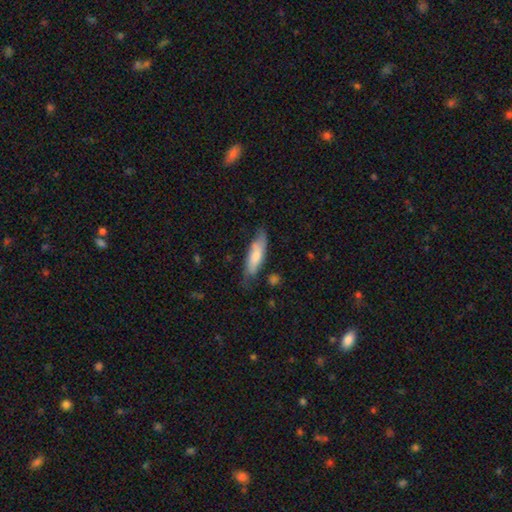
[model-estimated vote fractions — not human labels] smooth_or_featured: smooth (p=0.65) [alt: featured or disk p=0.29]
how_rounded: cigar-shaped (p=0.54) [alt: in between p=0.44]
merging: none (p=0.63) [alt: minor disturbance p=0.27]